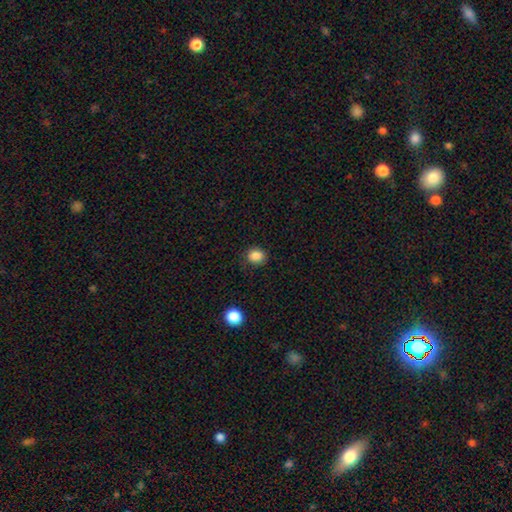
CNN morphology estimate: This is clearly a smooth galaxy (86%). How rounded: likely round (74%). Merging: clearly none (84%).